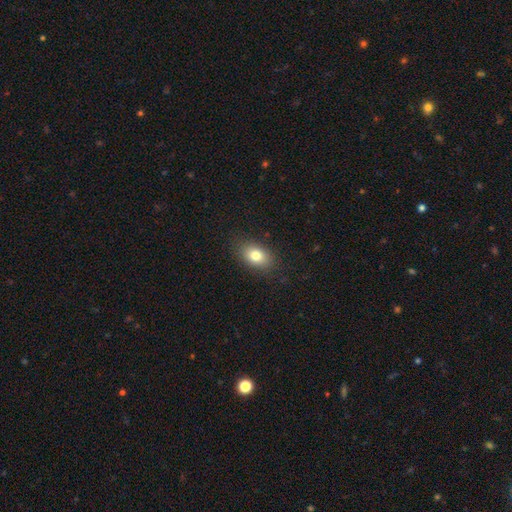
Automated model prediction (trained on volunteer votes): Smooth or featured?
  - smooth: 80% *
  - featured or disk: 11%
  - star or artifact: 9%
How rounded?
  - in between: 81% *
  - round: 17%
  - cigar-shaped: 2%
Merging?
  - none: 85% *
  - minor disturbance: 11%
  - major disturbance: 3%
  - merger: 1%